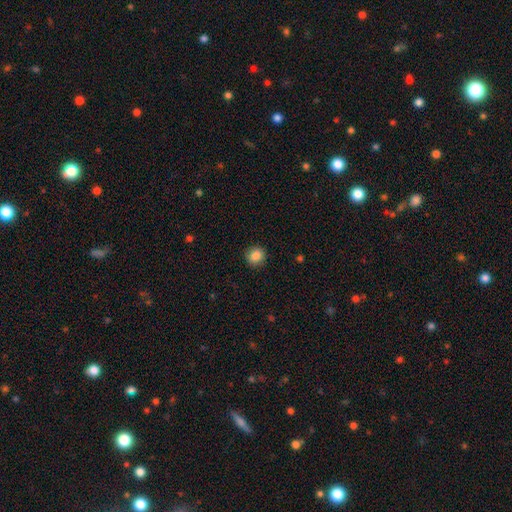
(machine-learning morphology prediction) Smooth or featured?
  - smooth: 87% *
  - star or artifact: 10%
  - featured or disk: 3%
How rounded?
  - round: 86% *
  - in between: 13%
  - cigar-shaped: 1%
Merging?
  - none: 90% *
  - minor disturbance: 7%
  - major disturbance: 2%
  - merger: 1%